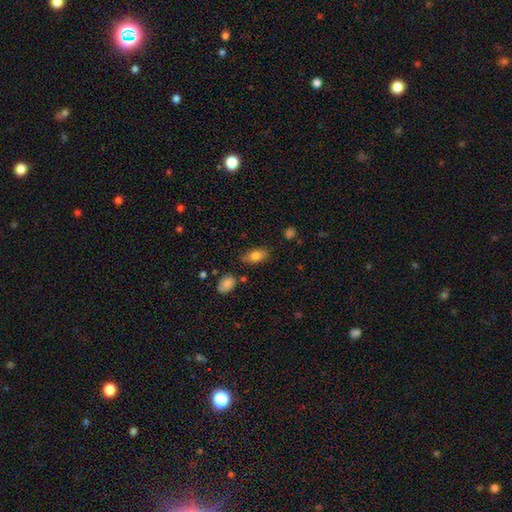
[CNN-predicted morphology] type=smooth (80%); roundness=in between (90%); merging=none (76%).